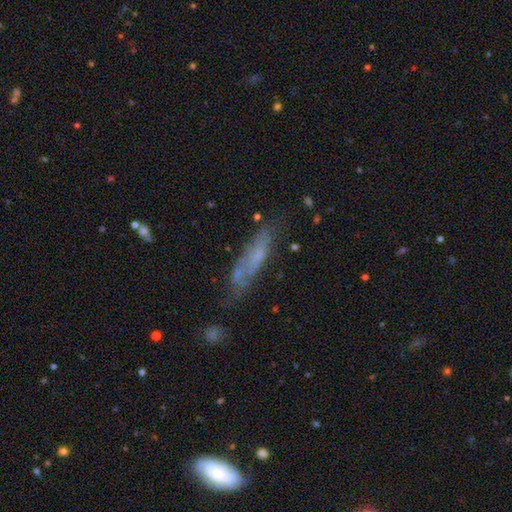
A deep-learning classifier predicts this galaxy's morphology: Smooth or featured?
  - smooth: 48% *
  - featured or disk: 41%
  - star or artifact: 12%
Merging?
  - none: 54% *
  - minor disturbance: 25%
  - major disturbance: 13%
  - merger: 8%